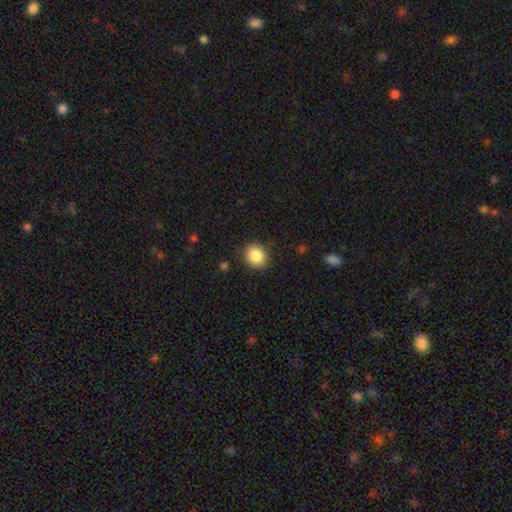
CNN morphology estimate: Smooth or featured? smooth (87%)
How rounded? round (78%)
Merging? none (89%)